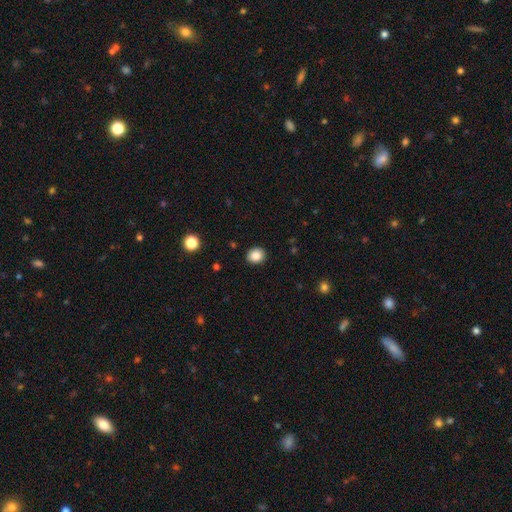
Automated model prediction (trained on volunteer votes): smooth 86%, star or artifact 10%, featured or disk 4%. Down the decision tree: how rounded — round (75%); merging — none (90%).